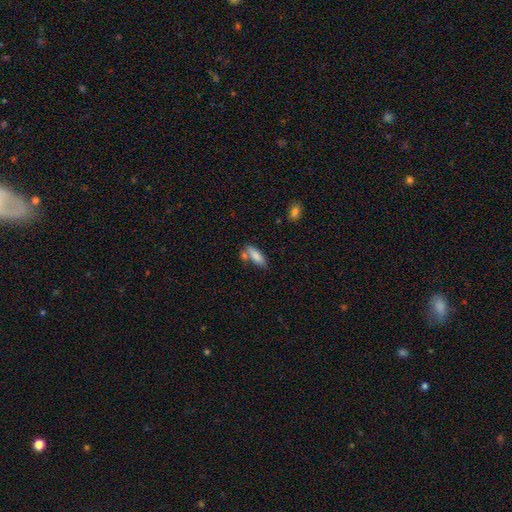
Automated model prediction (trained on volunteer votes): Overall: smooth (83%). How rounded: in between (63%; cigar-shaped 35%). Merging: none (54%; merger 24%).